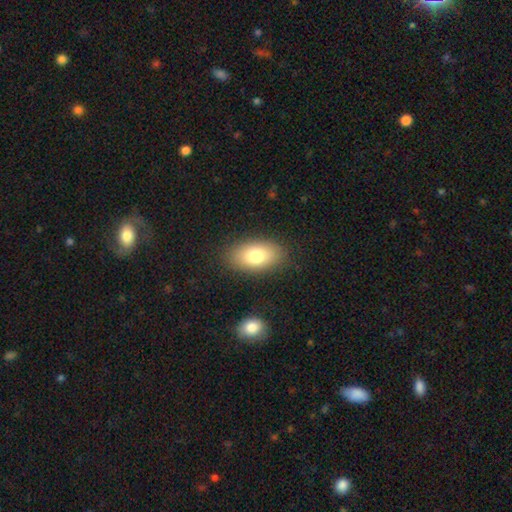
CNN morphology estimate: This is likely a smooth galaxy (78%). How rounded: clearly in between (92%). Merging: clearly none (86%).